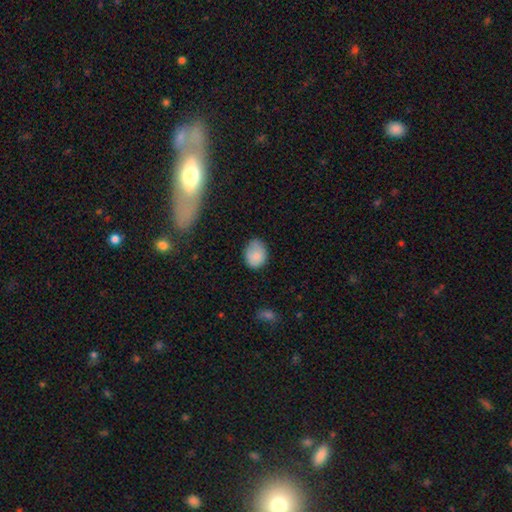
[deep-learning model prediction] A smooth galaxy with no disk features (82%) that is in between round and cigar-shaped (58%).

Vote fractions:
- Smooth or featured? smooth: 82% / featured or disk: 10% / star or artifact: 8%
- How rounded? in between: 58% / round: 41% / cigar-shaped: 1%
- Merging? none: 64% / minor disturbance: 28% / major disturbance: 6% / merger: 2%